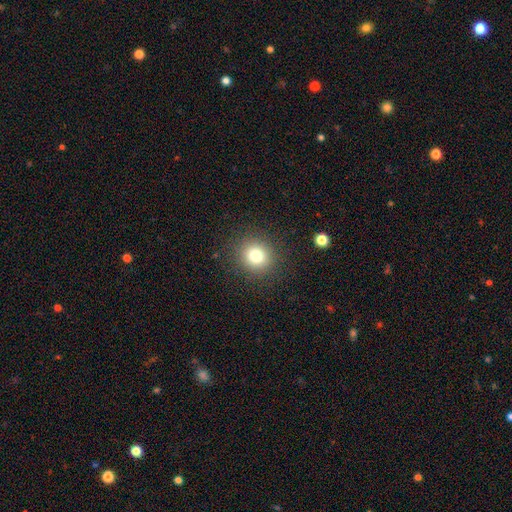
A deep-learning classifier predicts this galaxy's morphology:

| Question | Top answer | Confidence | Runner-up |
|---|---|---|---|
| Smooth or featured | smooth | 78% | star or artifact (14%) |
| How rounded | round | 90% | in between (9%) |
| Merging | none | 89% | minor disturbance (7%) |